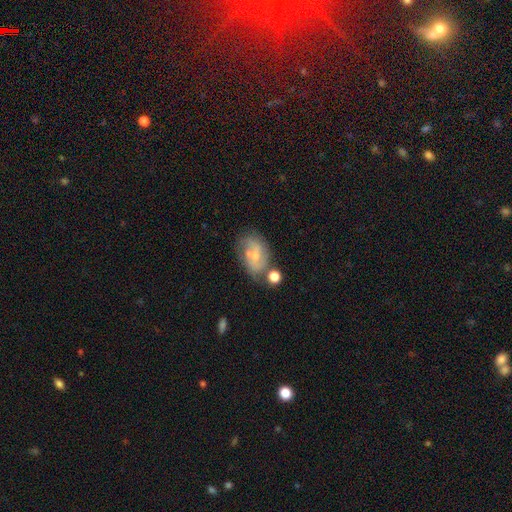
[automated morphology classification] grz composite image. It shows a featured or disk galaxy (54%) with no bar (58%), spiral arms (71%) and a small central bulge (63%). Merging: none (47%).